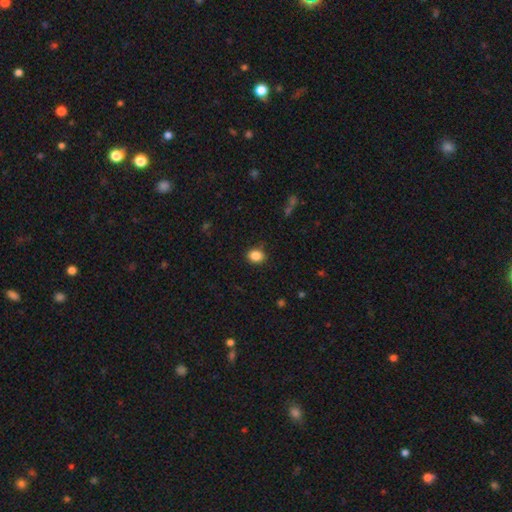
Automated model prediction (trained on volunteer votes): Smooth or featured? Predicted: smooth (p=0.86). How rounded? Predicted: round (p=0.51). Merging? Predicted: none (p=0.86).